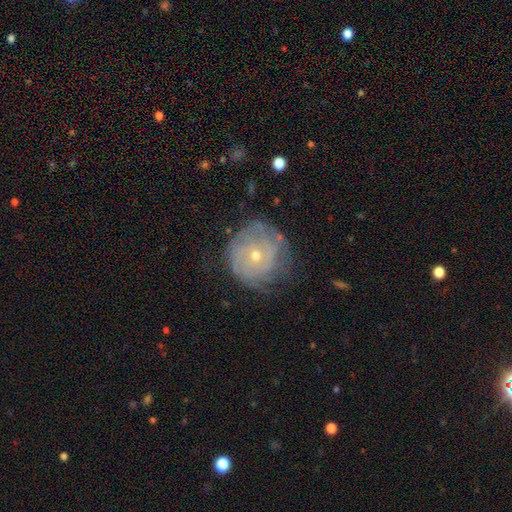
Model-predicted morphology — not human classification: Overall: featured or disk (68%). Edge-on disk: no (97%). Bar: no (80%). Spiral arms: yes (79%). Spiral arm count: can't tell (55%; 2 17%). Spiral winding: tight (72%). Bulge size: small (61%; moderate 36%). Merging: none (68%).